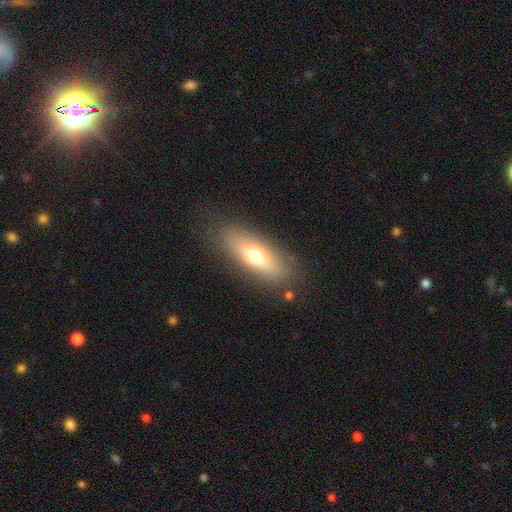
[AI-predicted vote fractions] Smooth or featured?
  - smooth: 64% *
  - featured or disk: 27%
  - star or artifact: 9%
How rounded?
  - in between: 66% *
  - cigar-shaped: 31%
  - round: 3%
Merging?
  - none: 83% *
  - minor disturbance: 11%
  - major disturbance: 5%
  - merger: 2%